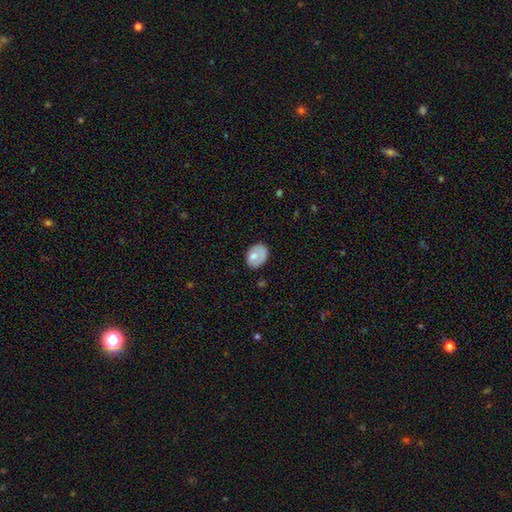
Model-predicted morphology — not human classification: Smooth or featured? smooth (71%)
How rounded? in between (67%)
Merging? none (63%)